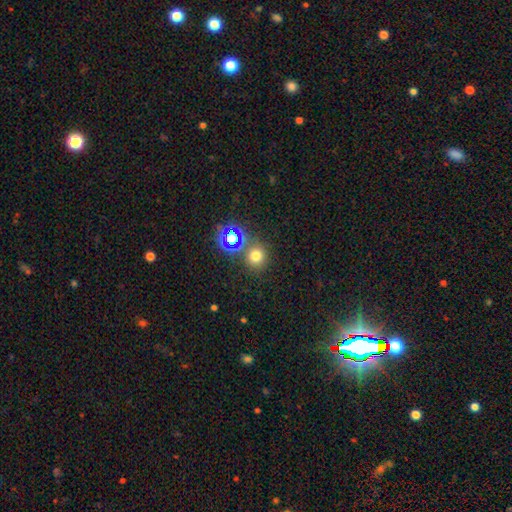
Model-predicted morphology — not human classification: This appears to be a smooth galaxy with no disk features (68%) that is round (88%). Merging: none (75%).